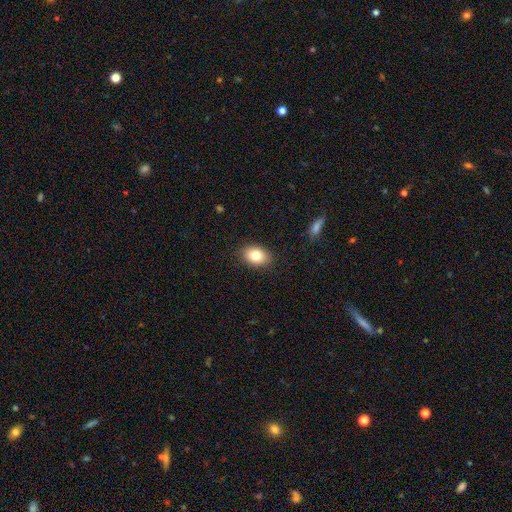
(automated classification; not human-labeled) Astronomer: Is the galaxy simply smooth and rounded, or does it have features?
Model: smooth — 81%.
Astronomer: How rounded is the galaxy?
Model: in between — 80%.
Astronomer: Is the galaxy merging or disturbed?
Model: none — 87%.